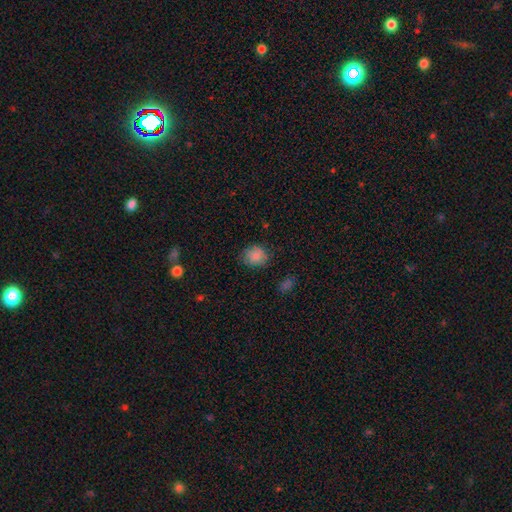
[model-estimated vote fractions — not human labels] smooth 84%, star or artifact 9%, featured or disk 6%. Down the decision tree: how rounded — round (71%); merging — none (78%).